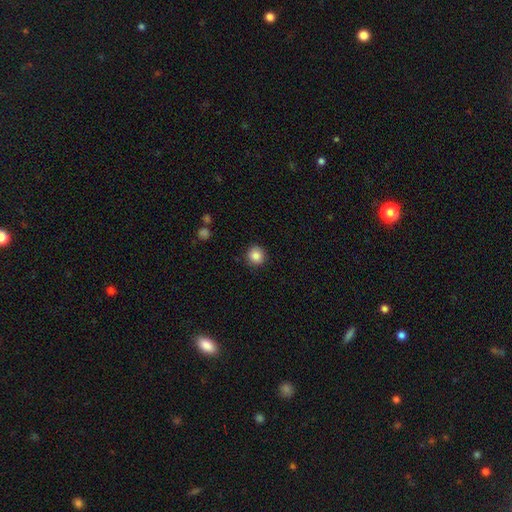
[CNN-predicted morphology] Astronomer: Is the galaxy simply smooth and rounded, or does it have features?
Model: smooth — 86%.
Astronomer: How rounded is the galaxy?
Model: round — 93%.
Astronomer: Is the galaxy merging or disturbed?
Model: none — 90%.